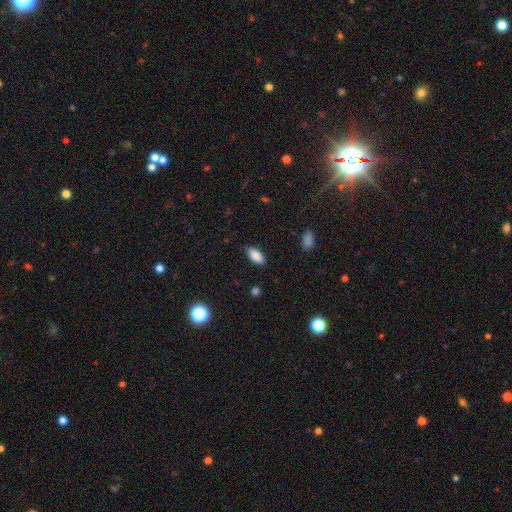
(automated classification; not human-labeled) smooth-or-featured: smooth: 88% | star or artifact: 7% | featured or disk: 5%
  how-rounded: in between: 89% | cigar-shaped: 9% | round: 2%
  merging: none: 86% | minor disturbance: 10% | major disturbance: 2% | merger: 1%